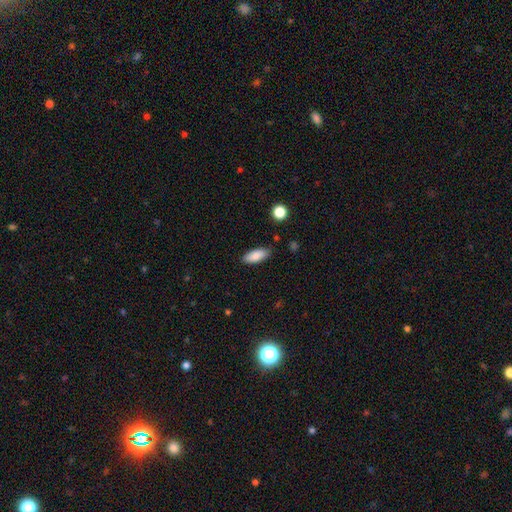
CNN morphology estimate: Smooth or featured: smooth — 86% (featured or disk — 7%)
How rounded: in between — 77% (cigar-shaped — 21%)
Merging: none — 84% (minor disturbance — 12%)